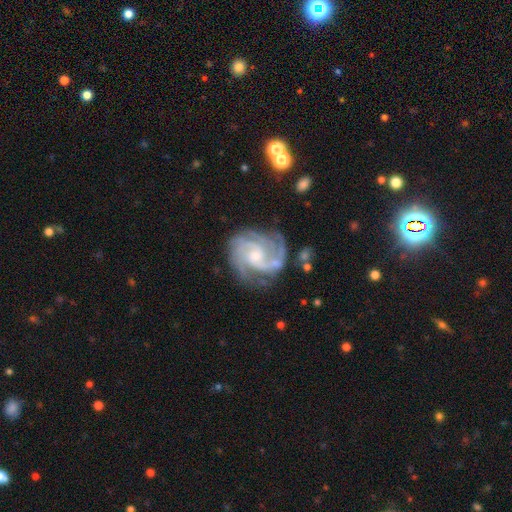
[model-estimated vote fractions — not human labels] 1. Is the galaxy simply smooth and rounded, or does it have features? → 90% featured or disk, 5% star or artifact, 5% smooth.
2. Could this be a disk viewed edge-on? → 98% no, 2% yes.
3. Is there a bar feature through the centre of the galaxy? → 63% no, 30% weak, 7% strong.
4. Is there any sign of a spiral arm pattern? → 98% yes, 2% no.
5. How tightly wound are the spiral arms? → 53% tight, 40% medium, 7% loose.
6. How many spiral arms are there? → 38% 3, 20% 2, 17% 4, 14% can't tell, 6% more than 4, 6% 1.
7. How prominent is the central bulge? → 61% small, 33% moderate, 3% none, 2% large, 1% dominant.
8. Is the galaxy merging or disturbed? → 72% none, 18% minor disturbance, 8% major disturbance, 2% merger.